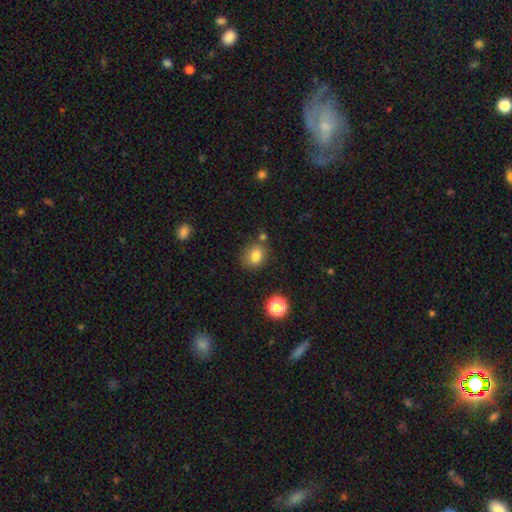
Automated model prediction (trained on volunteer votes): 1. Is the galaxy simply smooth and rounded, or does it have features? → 80% smooth, 12% star or artifact, 8% featured or disk.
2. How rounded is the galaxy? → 59% round, 40% in between, 1% cigar-shaped.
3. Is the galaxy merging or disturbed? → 72% none, 14% minor disturbance, 10% merger, 4% major disturbance.